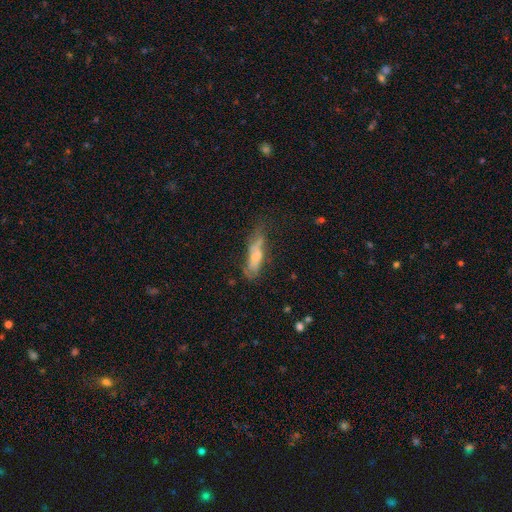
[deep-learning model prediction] The model was most divided on "merging": none: 39%, minor disturbance: 30%, major disturbance: 24%, merger: 7%. More confident: how rounded — cigar-shaped (61%); smooth or featured — smooth (57%).